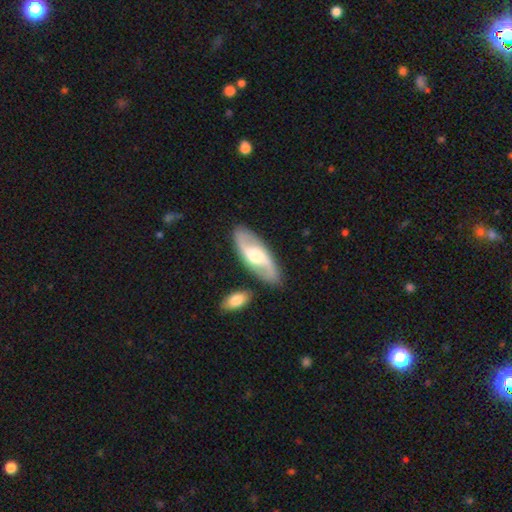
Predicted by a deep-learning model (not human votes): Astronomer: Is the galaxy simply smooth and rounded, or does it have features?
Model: featured or disk — 74%.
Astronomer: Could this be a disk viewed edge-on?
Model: no — 88%.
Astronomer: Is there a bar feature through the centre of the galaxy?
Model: weak — 44% (runner-up: no, 39%).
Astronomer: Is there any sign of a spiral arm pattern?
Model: yes — 89%.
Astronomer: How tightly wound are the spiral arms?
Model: loose — 49% (runner-up: medium, 39%).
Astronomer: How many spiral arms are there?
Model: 2 — 91%.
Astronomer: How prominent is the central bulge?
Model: moderate — 65%.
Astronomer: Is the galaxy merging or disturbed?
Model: none — 83%.